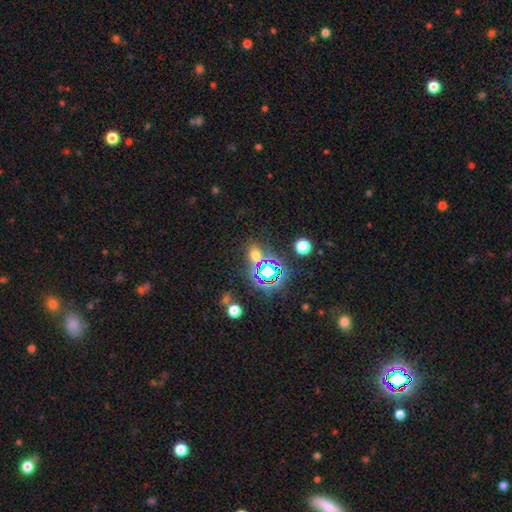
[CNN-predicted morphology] Smooth or featured? Predicted: star or artifact (p=0.50).